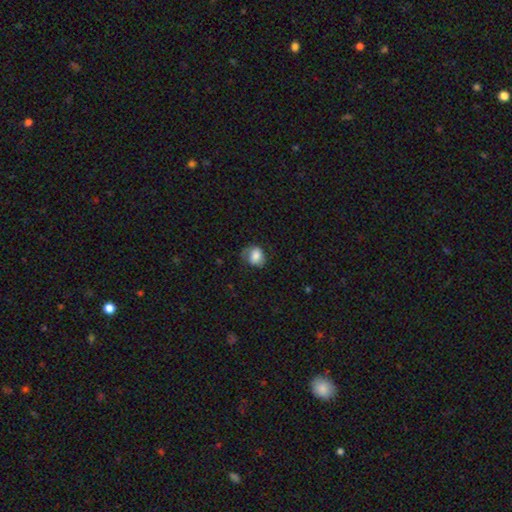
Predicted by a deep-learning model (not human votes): Smooth or featured? Predicted: smooth (p=0.76). How rounded? Predicted: round (p=0.52). Merging? Predicted: none (p=0.52).